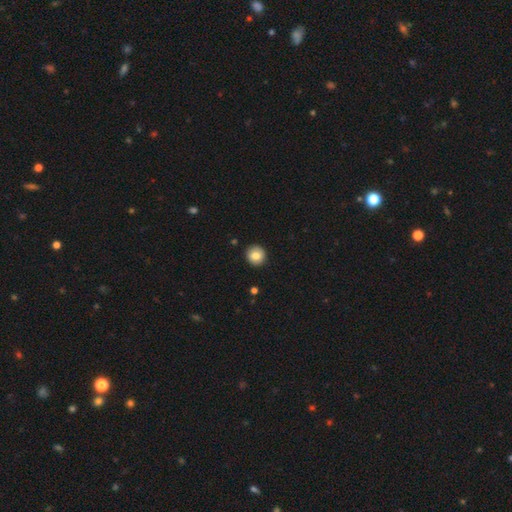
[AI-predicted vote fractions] A smooth galaxy with no disk features (80%) that is round (90%). Merging: none (91%).